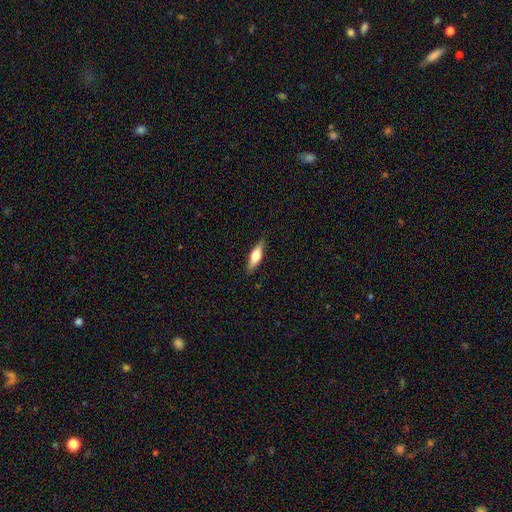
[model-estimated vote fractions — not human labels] Smooth or featured? Predicted: smooth (p=0.54). How rounded? Predicted: cigar-shaped (p=0.55). Merging? Predicted: none (p=0.88).